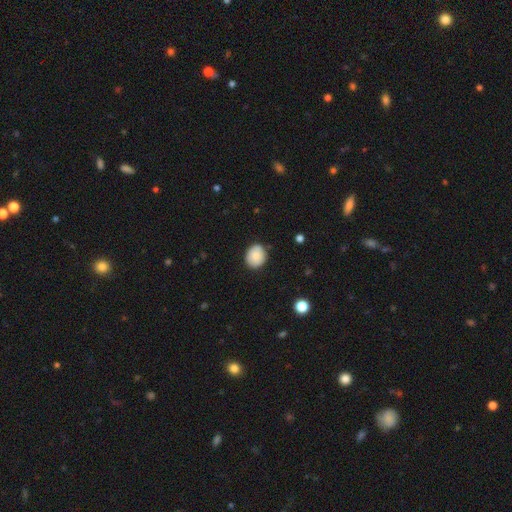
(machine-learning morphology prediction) type=smooth (85%); roundness=round (66%); merging=none (82%).